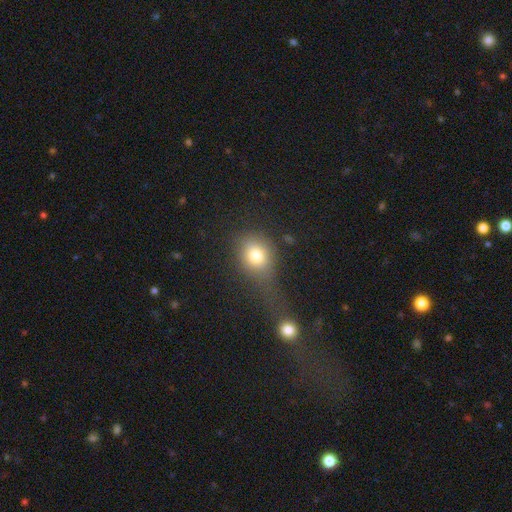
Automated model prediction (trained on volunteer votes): Smooth or featured: smooth — 77% (star or artifact — 12%)
How rounded: round — 60% (in between — 38%)
Merging: none — 42% (major disturbance — 24%)